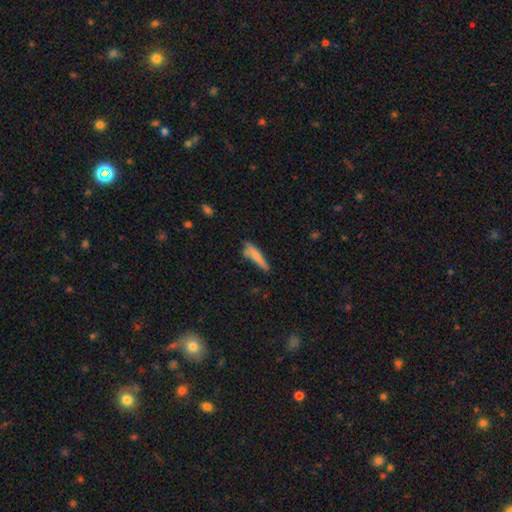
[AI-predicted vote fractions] A smooth galaxy with no disk features (70%) that is cigar-shaped (77%).

Vote fractions:
- Smooth or featured? smooth: 70% / featured or disk: 23% / star or artifact: 8%
- How rounded? cigar-shaped: 77% / in between: 20% / round: 2%
- Merging? none: 49% / minor disturbance: 30% / major disturbance: 13% / merger: 8%